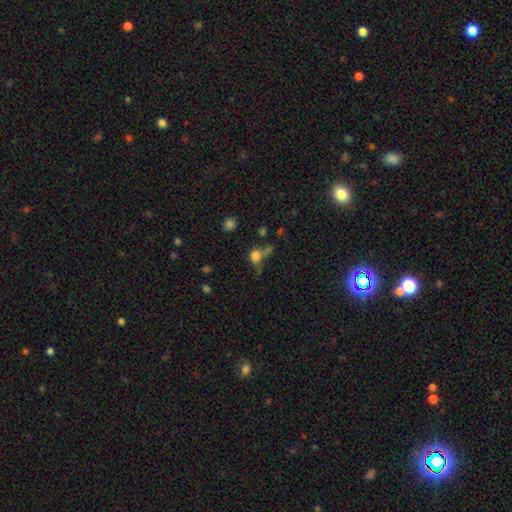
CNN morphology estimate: type=smooth (70%); roundness=round (64%); merging=none (36%).